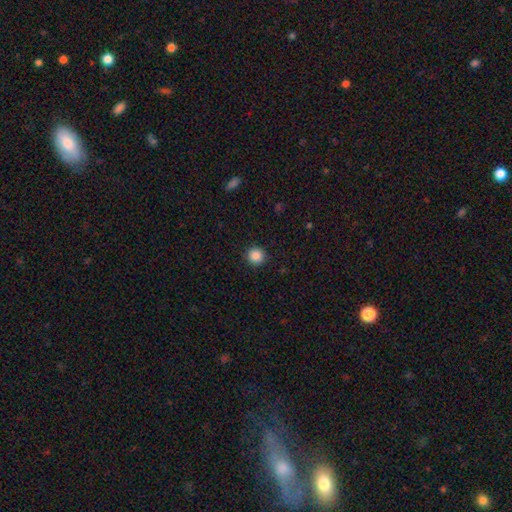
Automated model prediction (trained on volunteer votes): Smooth or featured: smooth — 87% (star or artifact — 10%)
How rounded: round — 95% (in between — 4%)
Merging: none — 92% (minor disturbance — 5%)